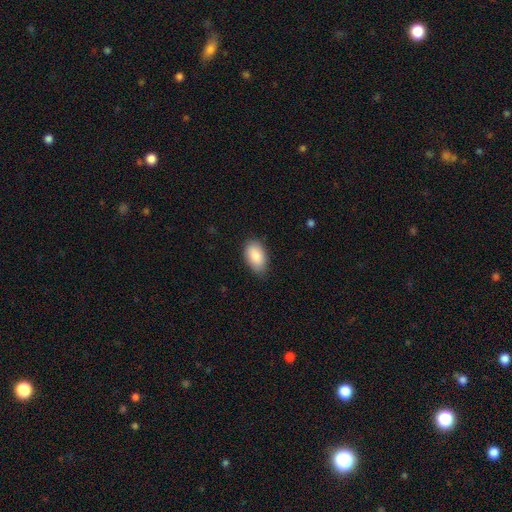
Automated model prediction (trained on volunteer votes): A smooth galaxy with no disk features (87%) that is in between round and cigar-shaped (94%).

Vote fractions:
- Smooth or featured? smooth: 87% / featured or disk: 6% / star or artifact: 6%
- How rounded? in between: 94% / round: 5% / cigar-shaped: 1%
- Merging? none: 83% / minor disturbance: 13% / major disturbance: 2% / merger: 1%